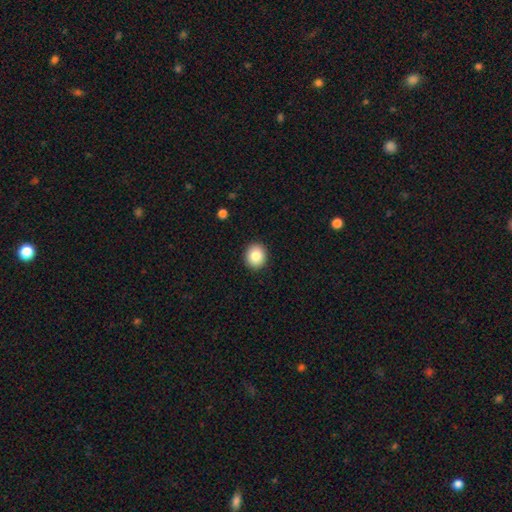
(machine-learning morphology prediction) Q: Smooth or featured?
A: smooth (84%); runner-up: star or artifact (9%)
Q: How rounded?
A: round (77%); runner-up: in between (22%)
Q: Merging?
A: none (92%); runner-up: minor disturbance (6%)